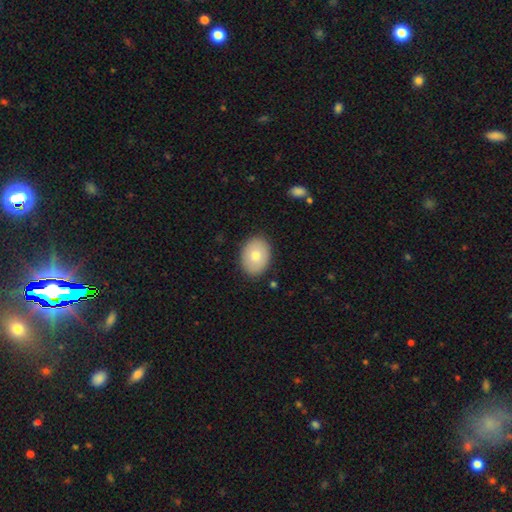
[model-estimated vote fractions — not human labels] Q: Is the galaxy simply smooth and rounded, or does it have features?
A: smooth — 76%.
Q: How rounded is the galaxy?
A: in between — 73%.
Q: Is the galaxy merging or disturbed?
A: none — 87%.